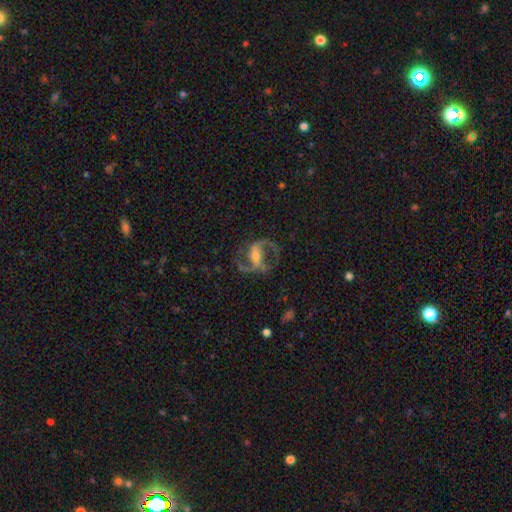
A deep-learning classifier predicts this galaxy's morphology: Smooth or featured?
  - featured or disk: 89% *
  - star or artifact: 6%
  - smooth: 5%
Edge-on disk?
  - no: 97% *
  - yes: 3%
Bar?
  - strong: 50% *
  - weak: 35%
  - no: 15%
Spiral arms?
  - yes: 96% *
  - no: 4%
Spiral winding?
  - medium: 54% *
  - loose: 35%
  - tight: 11%
Spiral arm count?
  - 2: 92% *
  - can't tell: 2%
  - 1: 2%
  - 3: 2%
  - 4: 1%
  - more than 4: 1%
Bulge size?
  - moderate: 49% *
  - small: 43%
  - large: 4%
  - none: 2%
  - dominant: 1%
Merging?
  - none: 72% *
  - minor disturbance: 14%
  - major disturbance: 12%
  - merger: 2%